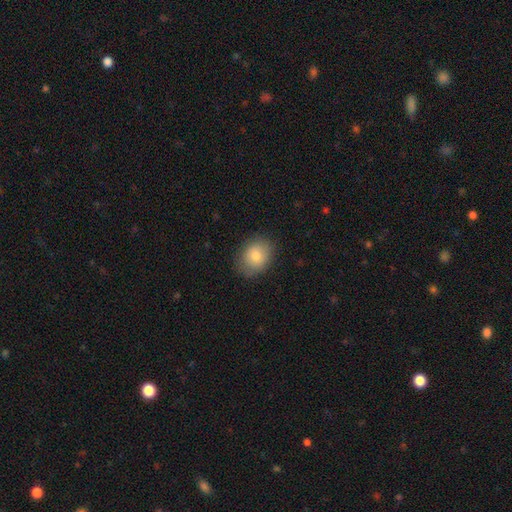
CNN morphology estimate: smooth_or_featured: smooth (p=0.81) [alt: featured or disk p=0.11]
how_rounded: in between (p=0.52) [alt: round p=0.47]
merging: none (p=0.83) [alt: minor disturbance p=0.13]